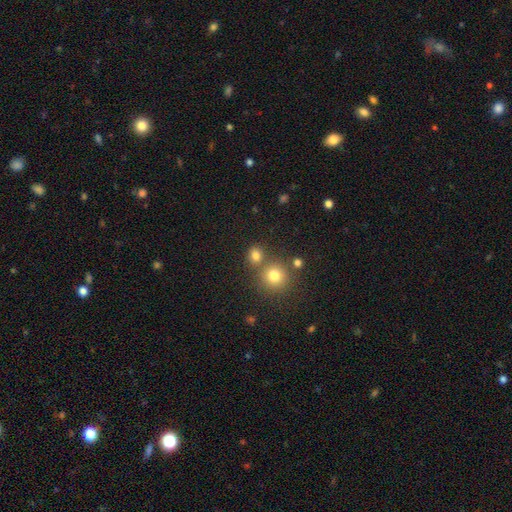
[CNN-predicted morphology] The model was most divided on "merging": none: 66%, merger: 22%, minor disturbance: 8%, major disturbance: 3%. More confident: smooth or featured — smooth (77%); how rounded — round (75%).